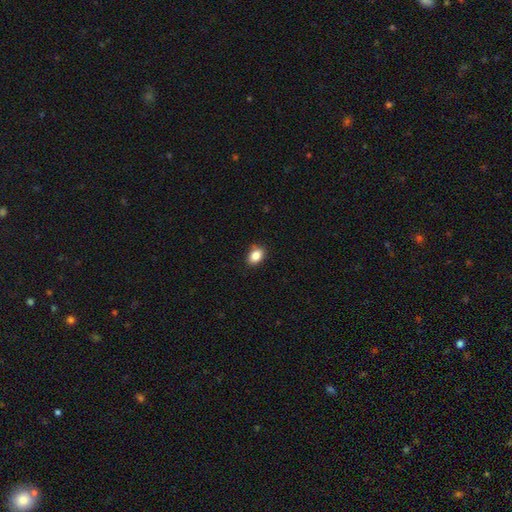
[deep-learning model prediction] smooth_or_featured: smooth (p=0.87) [alt: star or artifact p=0.09]
how_rounded: in between (p=0.76) [alt: round p=0.23]
merging: none (p=0.86) [alt: minor disturbance p=0.11]